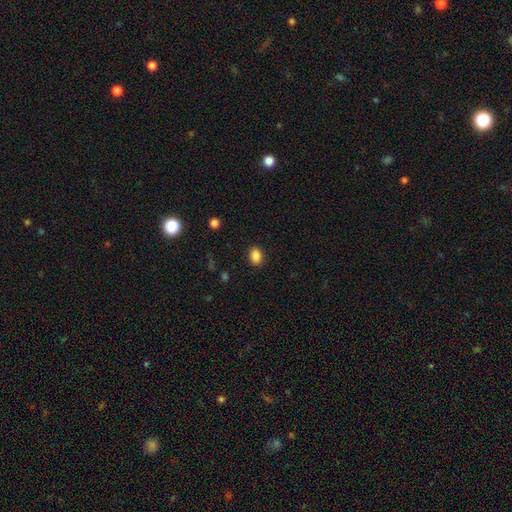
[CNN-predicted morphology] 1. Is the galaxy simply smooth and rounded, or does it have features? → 87% smooth, 10% star or artifact, 3% featured or disk.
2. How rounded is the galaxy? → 67% in between, 32% round, 1% cigar-shaped.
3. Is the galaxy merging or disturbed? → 89% none, 8% minor disturbance, 2% major disturbance, 1% merger.